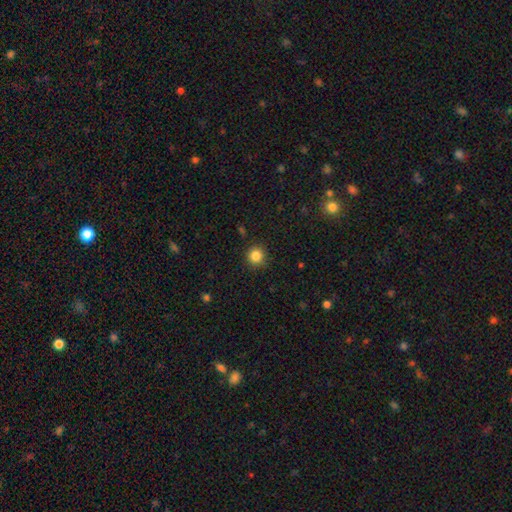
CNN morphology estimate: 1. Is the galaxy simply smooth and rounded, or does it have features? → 85% smooth, 11% star or artifact, 4% featured or disk.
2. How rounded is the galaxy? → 92% round, 7% in between, 1% cigar-shaped.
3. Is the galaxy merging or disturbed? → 90% none, 7% minor disturbance, 2% major disturbance, 1% merger.